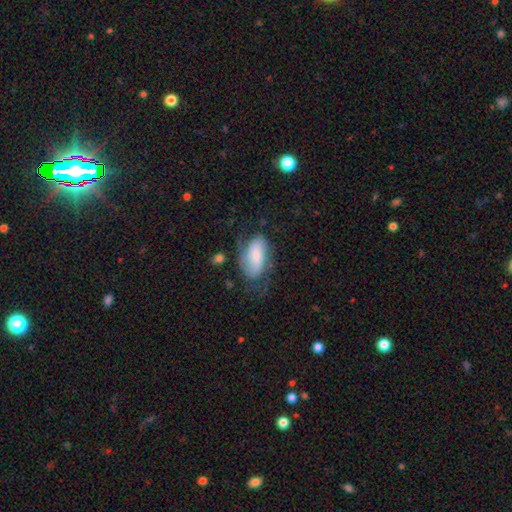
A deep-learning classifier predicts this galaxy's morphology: The model was most divided on "smooth or featured": smooth: 48%, featured or disk: 44%, star or artifact: 7%. Remaining: merging — none (48%).